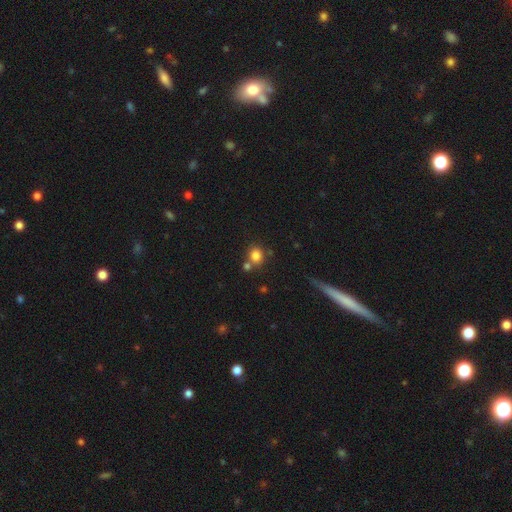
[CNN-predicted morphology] smooth-or-featured: smooth: 81% | star or artifact: 12% | featured or disk: 7%
  how-rounded: round: 81% | in between: 18% | cigar-shaped: 1%
  merging: none: 64% | merger: 23% | minor disturbance: 10% | major disturbance: 3%